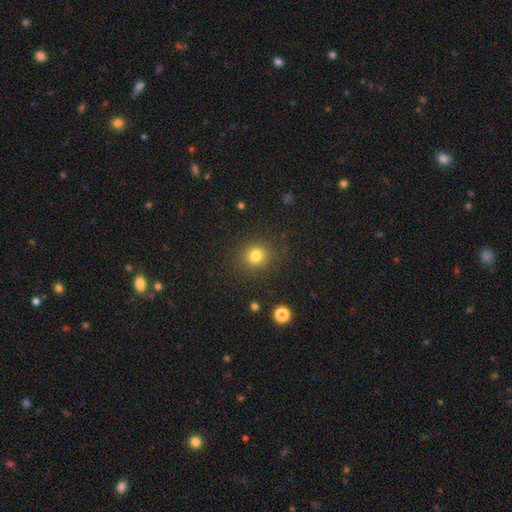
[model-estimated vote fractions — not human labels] Smooth or featured? Predicted: smooth (p=0.80). How rounded? Predicted: round (p=0.86). Merging? Predicted: none (p=0.87).